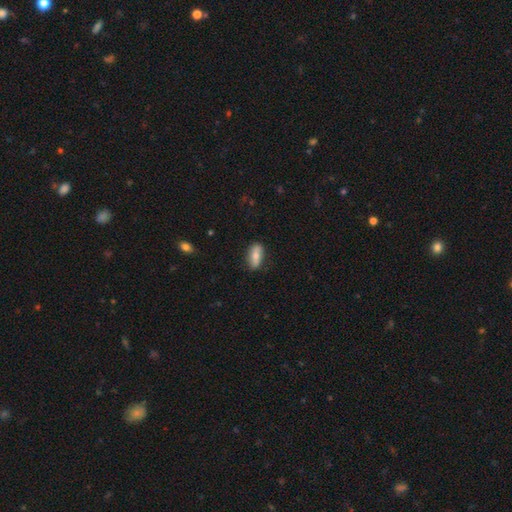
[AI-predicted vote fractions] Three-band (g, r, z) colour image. It shows a smooth galaxy with no disk features (66%) that is in between round and cigar-shaped (79%). Merging: none (80%).